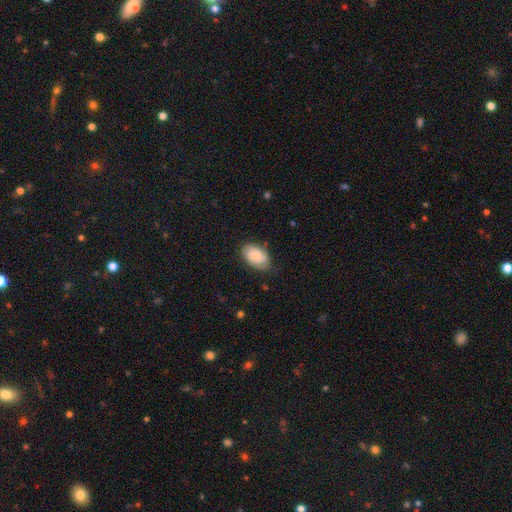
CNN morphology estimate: A smooth galaxy with no disk features (74%) that is in between round and cigar-shaped (92%).

Vote fractions:
- Smooth or featured? smooth: 74% / featured or disk: 19% / star or artifact: 7%
- How rounded? in between: 92% / round: 7% / cigar-shaped: 1%
- Merging? none: 72% / minor disturbance: 22% / major disturbance: 5% / merger: 1%